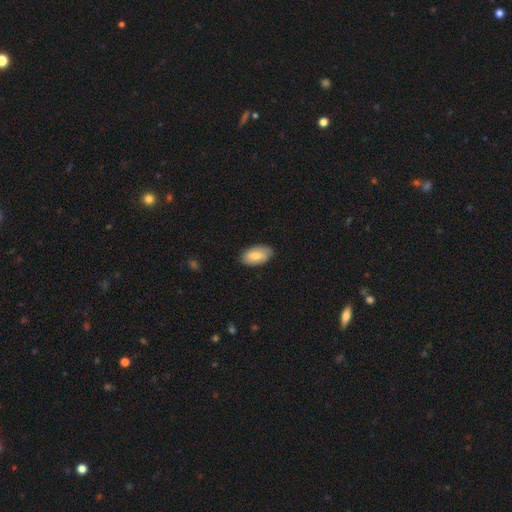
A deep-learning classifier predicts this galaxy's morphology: A smooth galaxy with no disk features (69%) that is in between round and cigar-shaped (94%). Merging: none (80%).